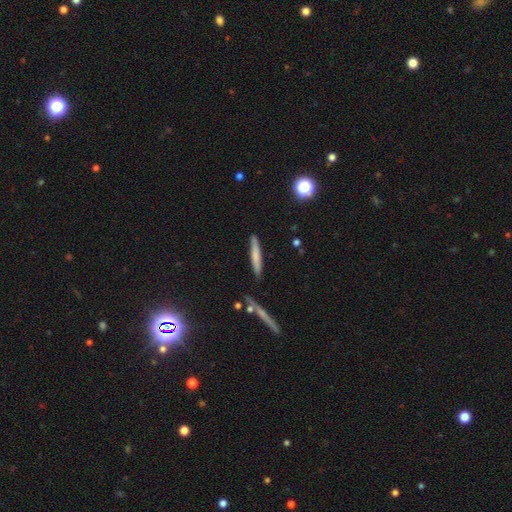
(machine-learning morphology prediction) Overall: smooth (68%). How rounded: cigar-shaped (94%). Merging: none (85%).